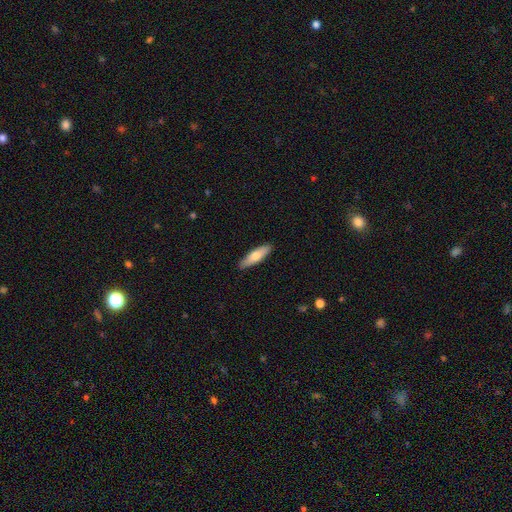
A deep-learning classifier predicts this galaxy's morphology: This appears to be a smooth galaxy with no disk features (69%) that is cigar-shaped (60%). Merging: none (89%).